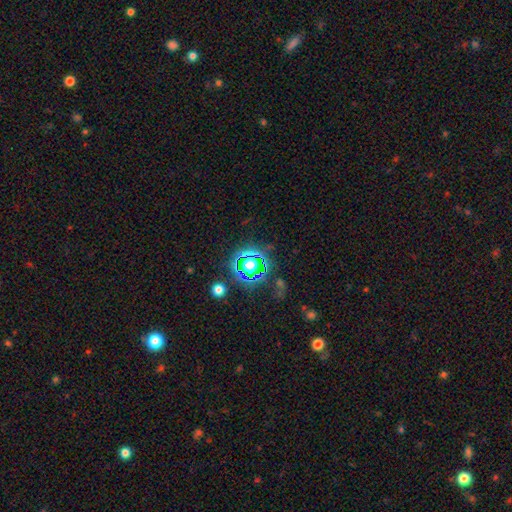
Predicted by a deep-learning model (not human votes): Q: Smooth or featured?
A: star or artifact (77%); runner-up: smooth (15%)